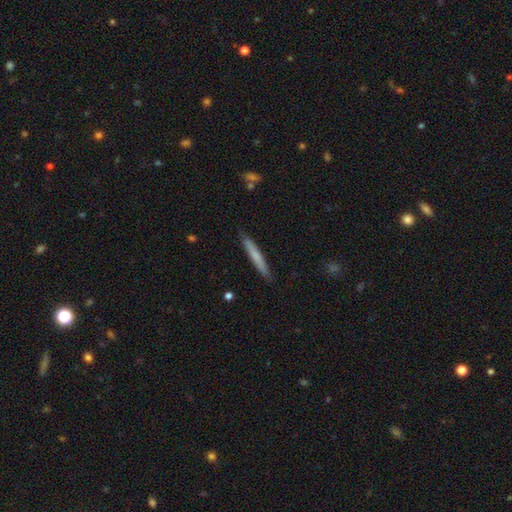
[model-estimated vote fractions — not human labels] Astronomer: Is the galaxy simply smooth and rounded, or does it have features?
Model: smooth — 65%.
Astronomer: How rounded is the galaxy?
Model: cigar-shaped — 96%.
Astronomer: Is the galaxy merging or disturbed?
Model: none — 88%.